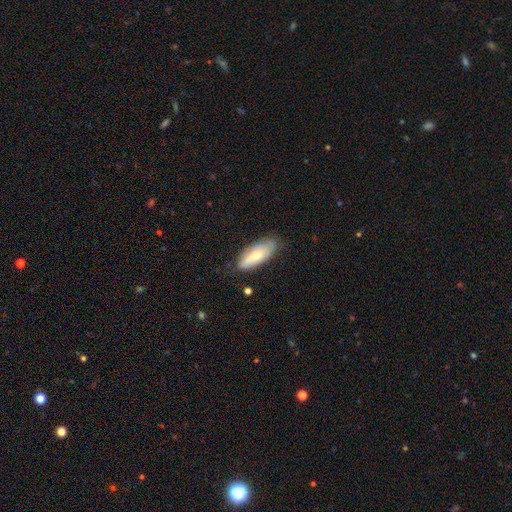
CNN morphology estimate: This is likely a smooth galaxy (69%). How rounded: likely in between (77%). Merging: likely none (73%).